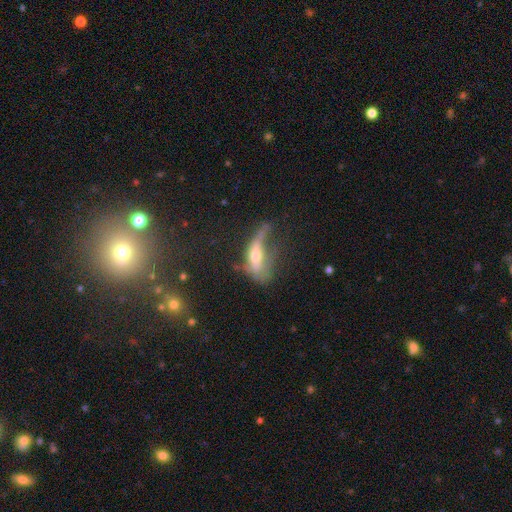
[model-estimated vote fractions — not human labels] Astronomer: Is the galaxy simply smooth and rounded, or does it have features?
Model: featured or disk — 51% (runner-up: smooth, 39%).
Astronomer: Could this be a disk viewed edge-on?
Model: no — 63%.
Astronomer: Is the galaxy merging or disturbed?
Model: major disturbance — 49%.